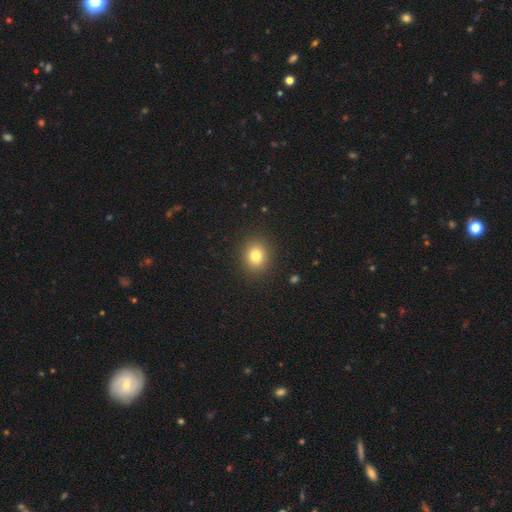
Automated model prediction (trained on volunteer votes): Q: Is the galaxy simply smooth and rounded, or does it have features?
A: smooth — 81%.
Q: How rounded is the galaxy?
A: round — 73%.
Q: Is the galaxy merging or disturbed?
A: none — 90%.